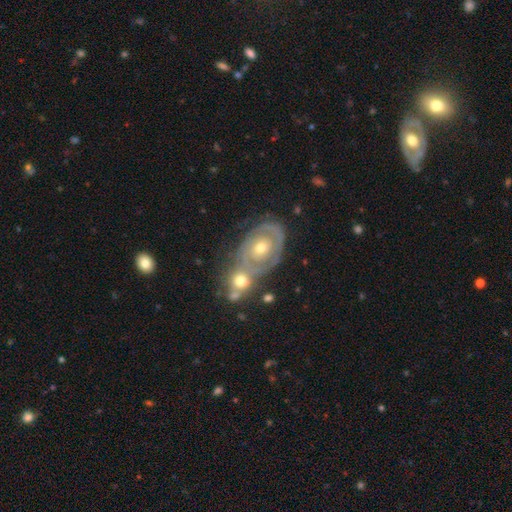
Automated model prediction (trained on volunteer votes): This appears to be a featured or disk galaxy (65%) with no bar (83%), spiral arms (60%) and a moderate central bulge (66%). Merging: none (42%).